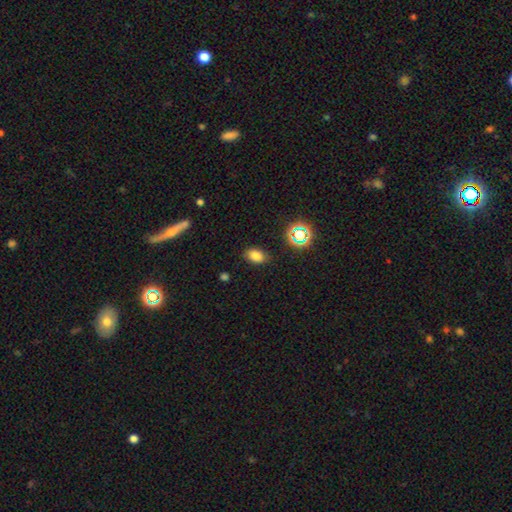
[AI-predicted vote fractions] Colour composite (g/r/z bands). It shows a smooth galaxy with no disk features (77%) that is in between round and cigar-shaped (82%). Merging: none (84%).